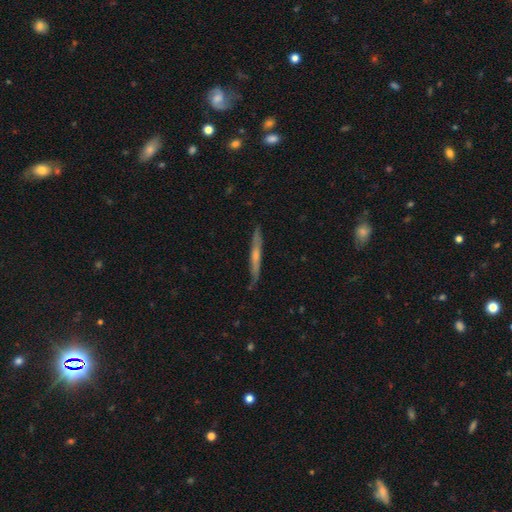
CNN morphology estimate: This appears to be a featured or disk galaxy (53%) viewed edge-on (91%). Merging: none (80%).